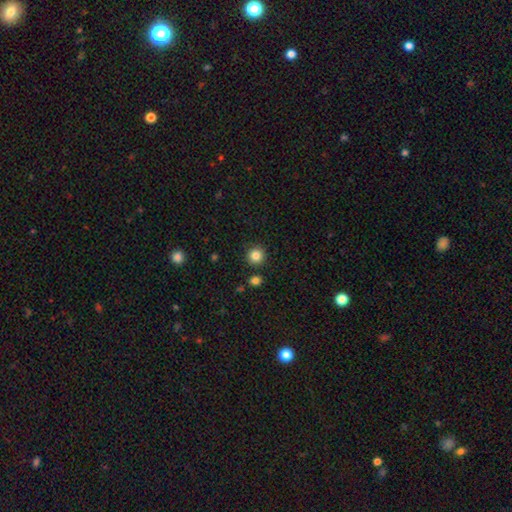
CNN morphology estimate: The model was most divided on "smooth or featured": smooth: 85%, star or artifact: 11%, featured or disk: 4%. More confident: how rounded — round (94%); merging — none (89%).